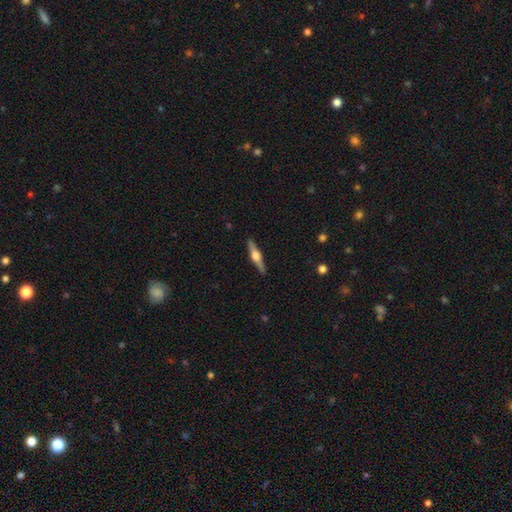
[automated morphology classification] This is likely a featured or disk galaxy (76%). It is clearly viewed edge-on (98%). Edge-on bulge: clearly rounded (94%). Merging: clearly none (91%).